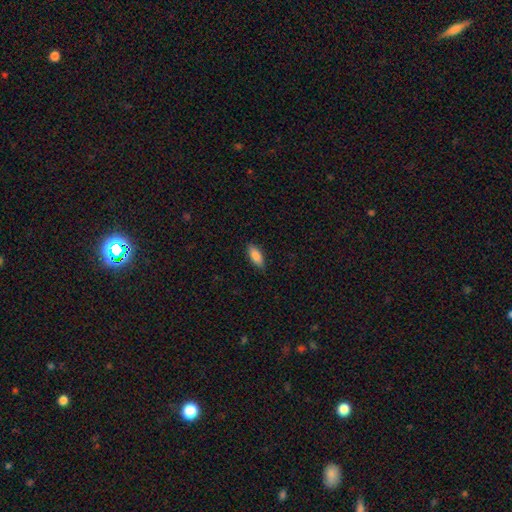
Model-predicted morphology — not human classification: smooth_or_featured: smooth (p=0.87) [alt: featured or disk p=0.07]
how_rounded: in between (p=0.77) [alt: cigar-shaped p=0.21]
merging: none (p=0.86) [alt: minor disturbance p=0.11]